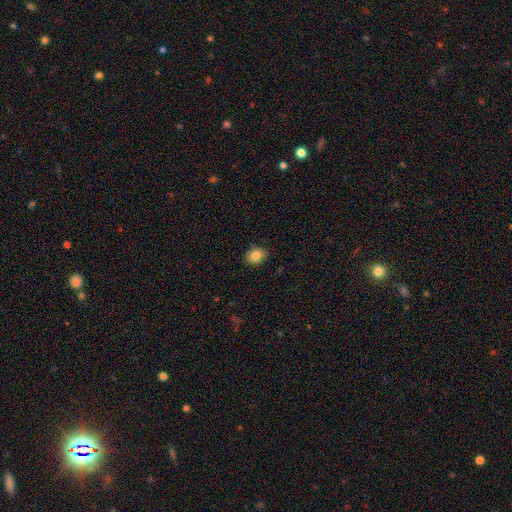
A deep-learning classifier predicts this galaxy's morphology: A smooth galaxy with no disk features (83%) that is round (52%). Merging: none (83%).